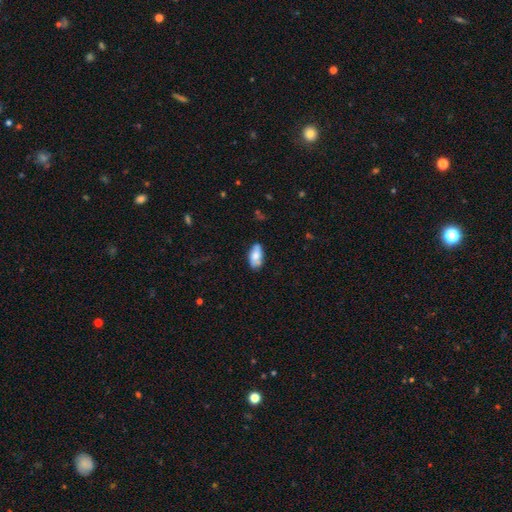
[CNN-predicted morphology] Smooth or featured: smooth — 73% (featured or disk — 20%)
How rounded: in between — 91% (cigar-shaped — 6%)
Merging: none — 77% (minor disturbance — 18%)